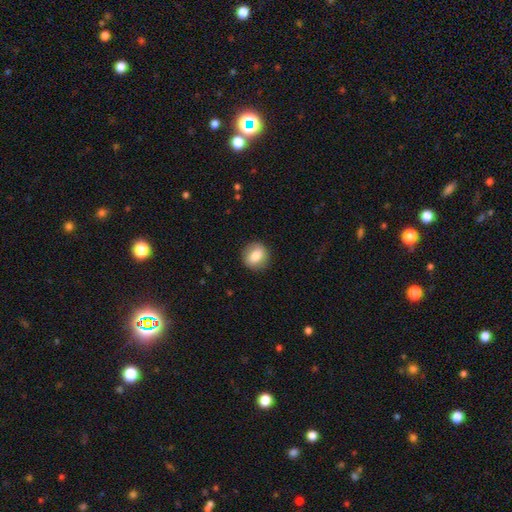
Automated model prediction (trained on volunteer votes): This is likely a smooth galaxy (79%). How rounded: likely round (77%). Merging: clearly none (88%).